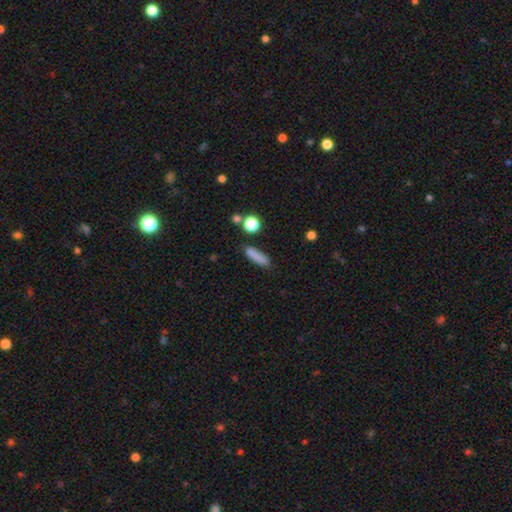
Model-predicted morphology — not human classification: Overall: smooth (81%). How rounded: cigar-shaped (68%; in between 28%). Merging: none (74%).